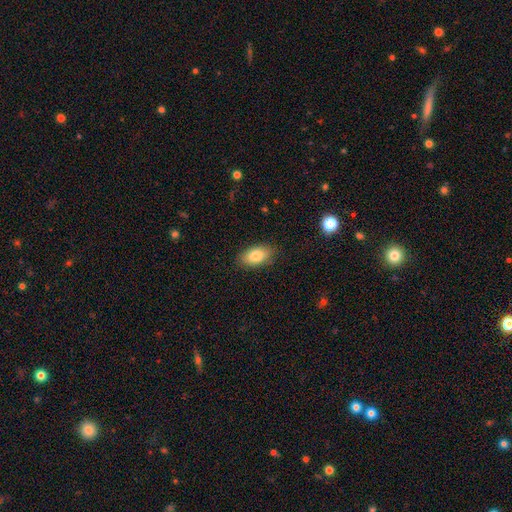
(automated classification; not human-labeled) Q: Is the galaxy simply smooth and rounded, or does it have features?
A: smooth — 83%.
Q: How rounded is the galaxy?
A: in between — 92%.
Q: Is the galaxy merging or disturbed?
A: none — 86%.